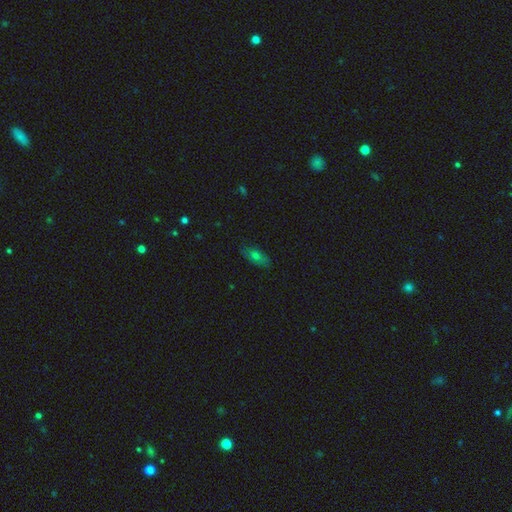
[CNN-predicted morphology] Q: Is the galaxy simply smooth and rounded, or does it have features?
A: smooth — 65%.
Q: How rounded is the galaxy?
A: in between — 78%.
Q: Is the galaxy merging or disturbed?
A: none — 81%.